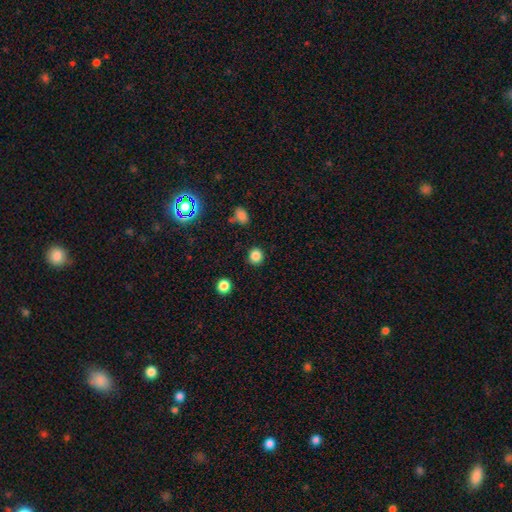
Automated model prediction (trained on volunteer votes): Overall: smooth (83%). How rounded: round (89%). Merging: none (88%).